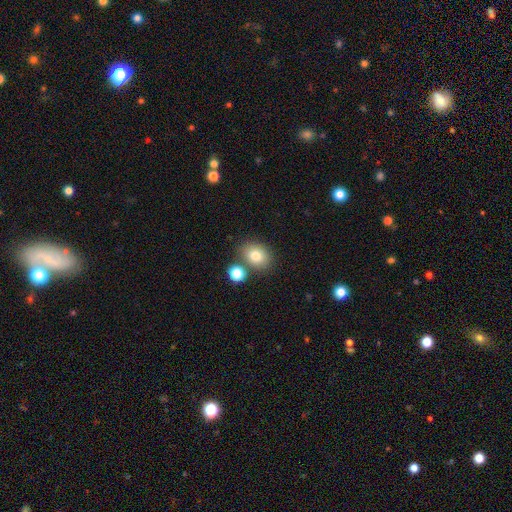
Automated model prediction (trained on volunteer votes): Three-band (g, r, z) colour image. It shows a smooth galaxy with no disk features (79%) that is in between round and cigar-shaped (52%). Merging: none (72%).